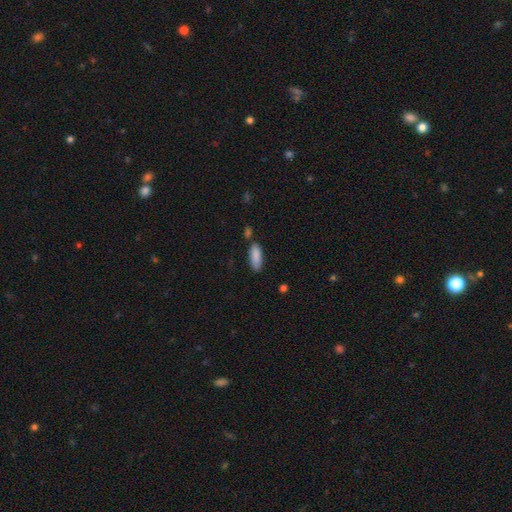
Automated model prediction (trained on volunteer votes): The model was most divided on "how rounded": in between: 68%, cigar-shaped: 31%, round: 2%. More confident: smooth or featured — smooth (88%); merging — none (74%).